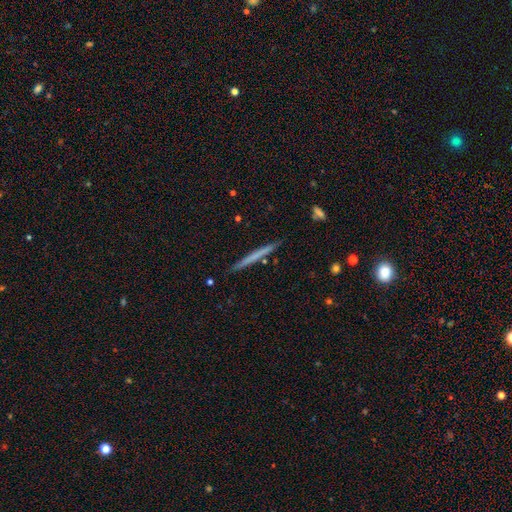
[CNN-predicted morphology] smooth_or_featured: smooth (p=0.52) [alt: featured or disk p=0.42]
how_rounded: cigar-shaped (p=0.97) [alt: in between p=0.02]
merging: none (p=0.90) [alt: minor disturbance p=0.07]